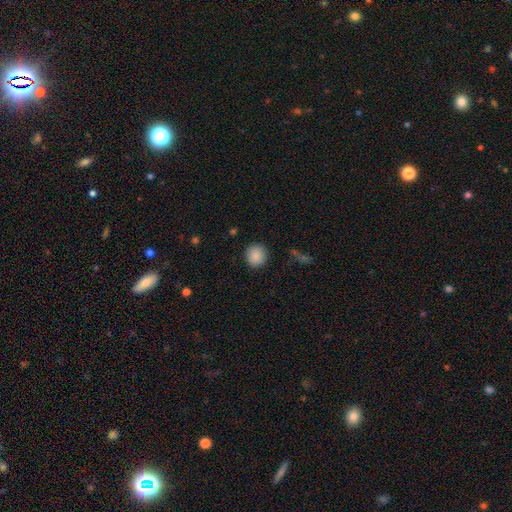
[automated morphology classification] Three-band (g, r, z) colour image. It shows a smooth galaxy with no disk features (88%) that is round (89%). Merging: none (90%).